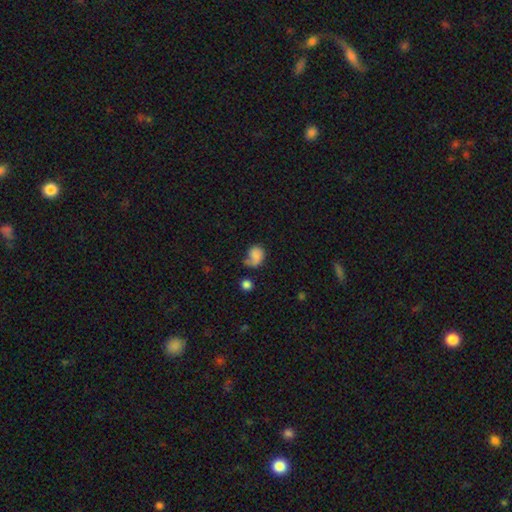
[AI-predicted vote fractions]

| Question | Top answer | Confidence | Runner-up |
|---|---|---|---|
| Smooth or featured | smooth | 74% | featured or disk (17%) |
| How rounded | in between | 50% | round (49%) |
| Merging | none | 37% | minor disturbance (28%) |